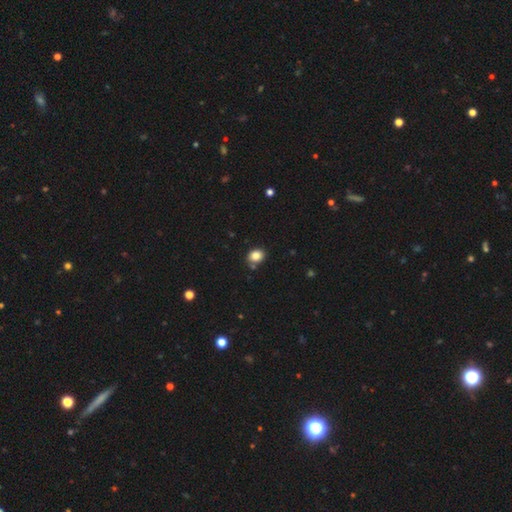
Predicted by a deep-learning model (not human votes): This appears to be a smooth galaxy with no disk features (84%) that is round (56%). Merging: none (80%).